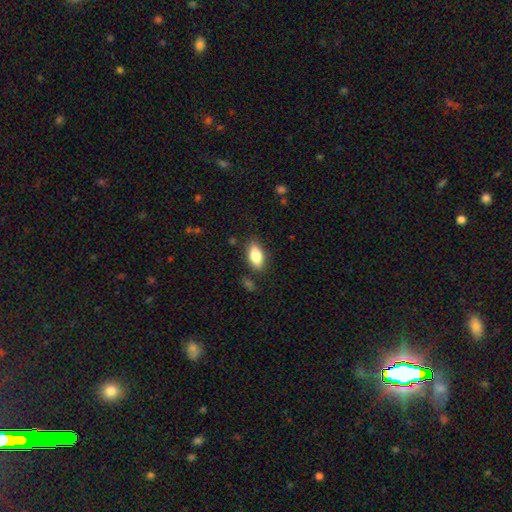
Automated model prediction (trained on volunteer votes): Smooth or featured?
  - smooth: 81% *
  - featured or disk: 11%
  - star or artifact: 7%
How rounded?
  - in between: 88% *
  - cigar-shaped: 8%
  - round: 4%
Merging?
  - none: 83% *
  - minor disturbance: 12%
  - major disturbance: 3%
  - merger: 2%